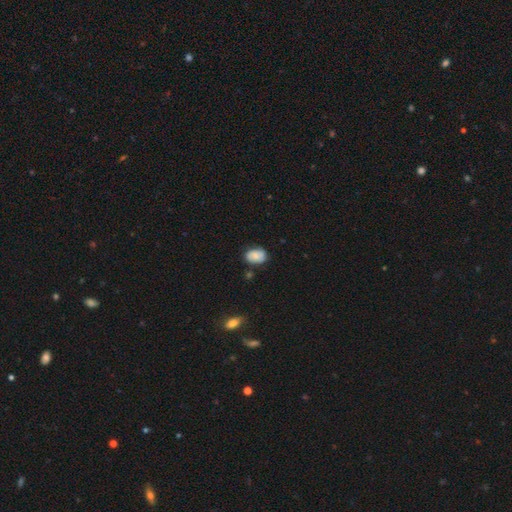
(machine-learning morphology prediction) Smooth or featured? Predicted: smooth (p=0.70). How rounded? Predicted: in between (p=0.79). Merging? Predicted: none (p=0.72).